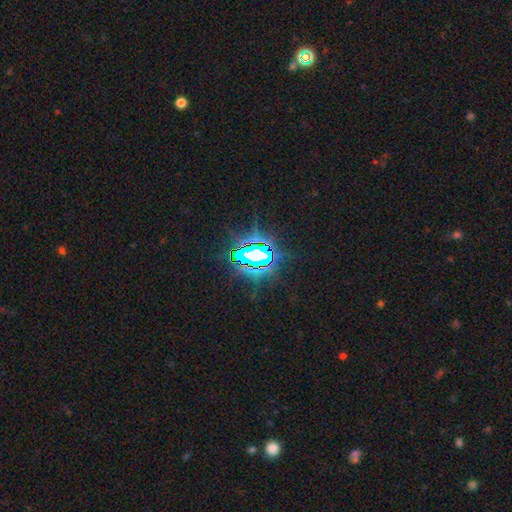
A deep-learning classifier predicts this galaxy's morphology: This appears to be a star or artifact, not a galaxy (80%).